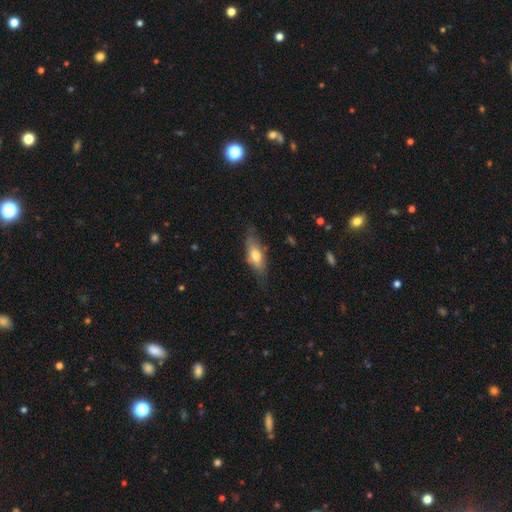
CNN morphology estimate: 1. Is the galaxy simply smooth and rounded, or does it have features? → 59% smooth, 34% featured or disk, 6% star or artifact.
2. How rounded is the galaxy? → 65% in between, 32% cigar-shaped, 3% round.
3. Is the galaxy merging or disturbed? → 67% none, 24% minor disturbance, 7% major disturbance, 2% merger.